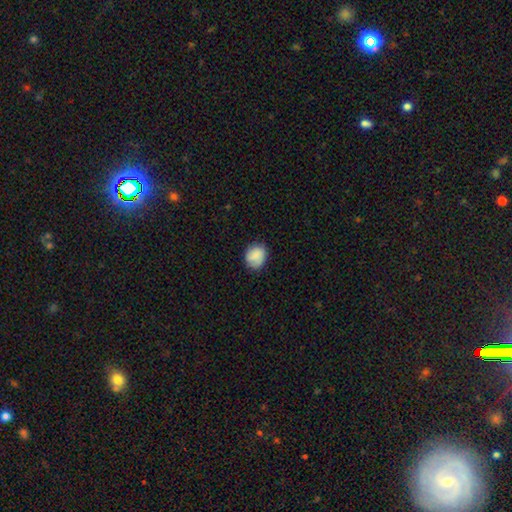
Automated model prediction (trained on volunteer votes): The model was most divided on "how rounded": round: 64%, in between: 36%, cigar-shaped: 1%. More confident: smooth or featured — smooth (79%); merging — none (76%).